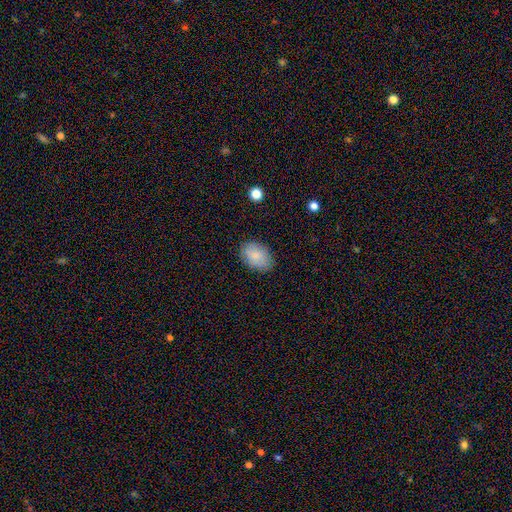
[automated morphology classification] smooth-or-featured: smooth: 82% | featured or disk: 10% | star or artifact: 8%
  how-rounded: in between: 86% | round: 13% | cigar-shaped: 1%
  merging: none: 84% | minor disturbance: 12% | major disturbance: 3% | merger: 1%